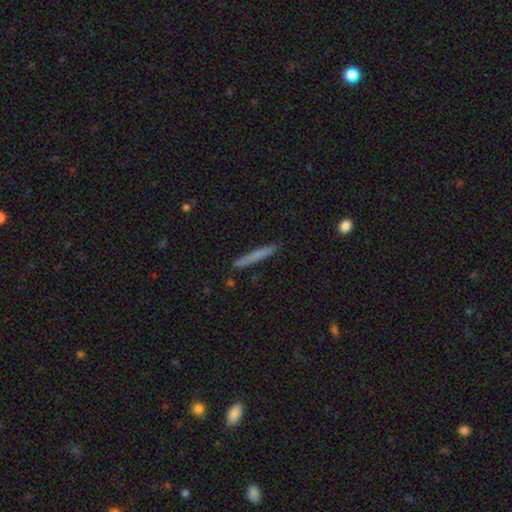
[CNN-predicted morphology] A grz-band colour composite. It shows a smooth galaxy with no disk features (70%) that is cigar-shaped (97%). Merging: none (90%).